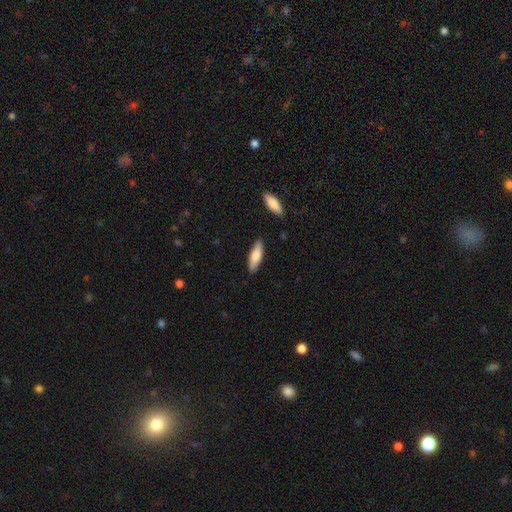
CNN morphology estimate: The model was most divided on "how rounded": in between: 50%, cigar-shaped: 48%, round: 2%. More confident: merging — none (86%); smooth or featured — smooth (77%).